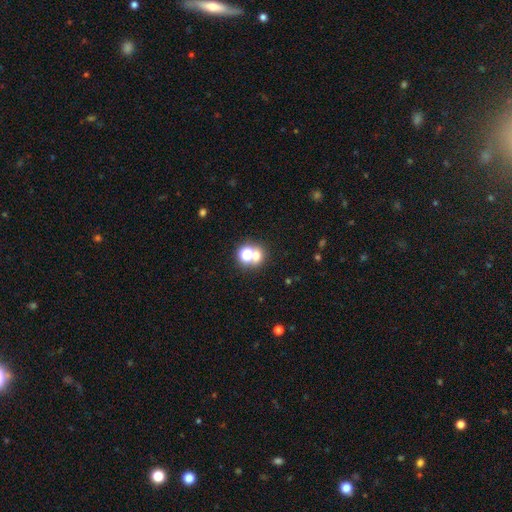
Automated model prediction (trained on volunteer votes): smooth_or_featured: smooth (p=0.54) [alt: star or artifact p=0.34]
how_rounded: round (p=0.76) [alt: in between p=0.23]
merging: none (p=0.53) [alt: merger p=0.35]